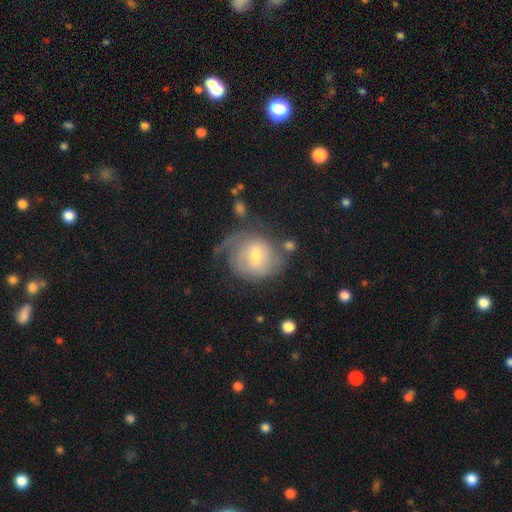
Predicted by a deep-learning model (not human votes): Overall: featured or disk (55%; smooth 38%). Edge-on disk: no (97%). Bar: weak (47%; no 43%). Spiral arms: yes (78%). Bulge size: moderate (57%; small 36%). Merging: none (44%; major disturbance 26%).